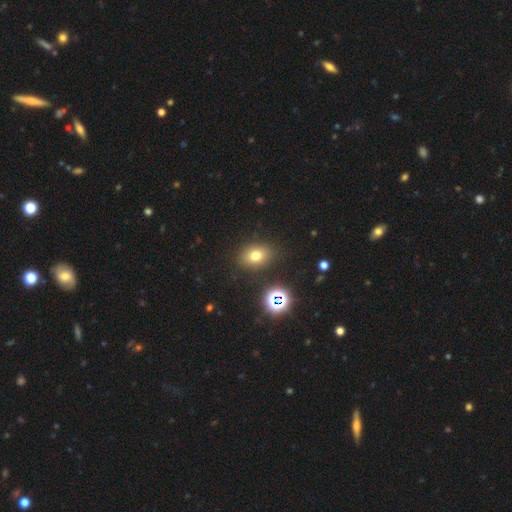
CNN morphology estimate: Smooth or featured: smooth — 71% (star or artifact — 19%)
How rounded: in between — 63% (round — 36%)
Merging: none — 84% (minor disturbance — 10%)